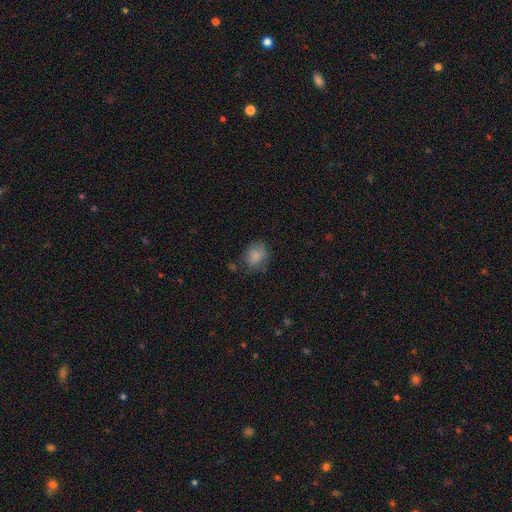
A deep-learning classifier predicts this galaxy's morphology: smooth-or-featured: smooth: 82% | featured or disk: 9% | star or artifact: 9%
  how-rounded: round: 62% | in between: 37% | cigar-shaped: 1%
  merging: none: 65% | minor disturbance: 24% | major disturbance: 7% | merger: 3%